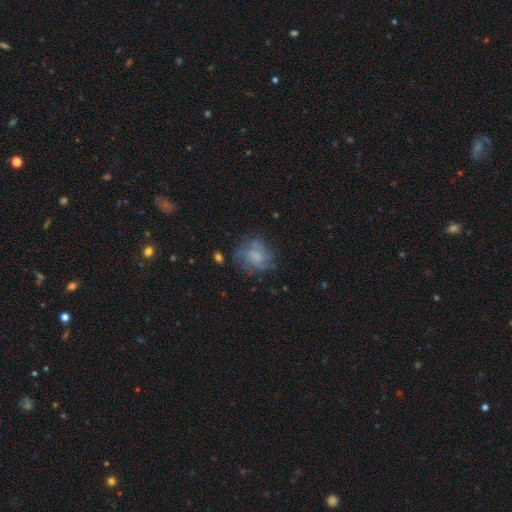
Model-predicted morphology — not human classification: type=featured or disk (49%); merging=none (61%).